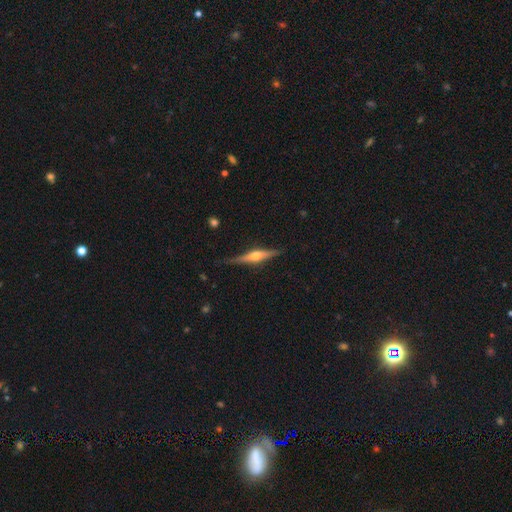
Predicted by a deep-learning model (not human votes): This appears to be a featured or disk galaxy (75%) viewed edge-on (98%) with a rounded central bulge (93%). Merging: none (84%).